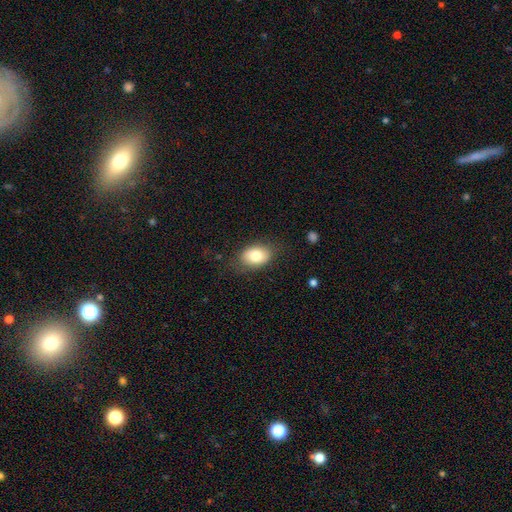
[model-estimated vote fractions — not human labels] Morphology: type=smooth (79%); roundness=in between (80%); merging=none (78%).